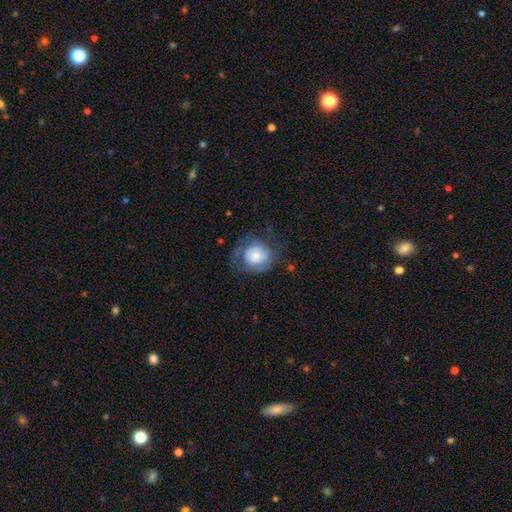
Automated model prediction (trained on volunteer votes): This is likely a smooth galaxy (66%). How rounded: likely round (78%). Merging: possibly none (54%).